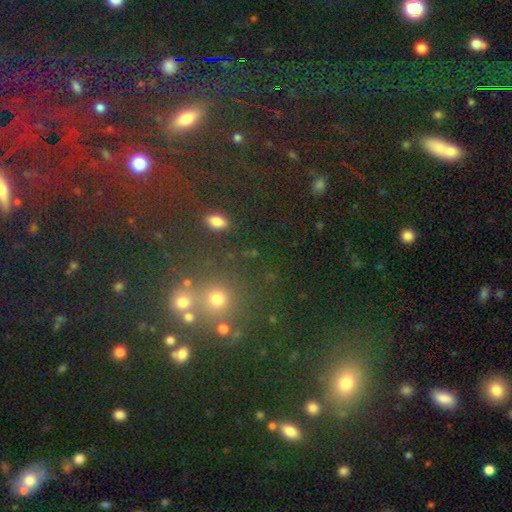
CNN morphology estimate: Overall: smooth (47%; star or artifact 42%). Merging: none (72%).